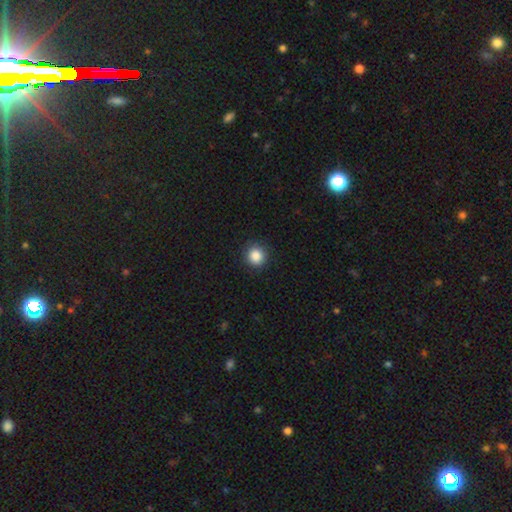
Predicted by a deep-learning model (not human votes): Smooth or featured? Predicted: smooth (p=0.87). How rounded? Predicted: round (p=0.91). Merging? Predicted: none (p=0.90).